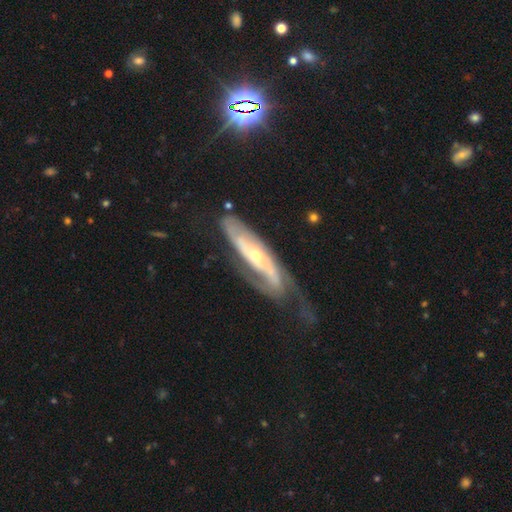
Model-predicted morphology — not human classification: Q: Smooth or featured?
A: featured or disk (82%); runner-up: smooth (12%)
Q: Edge-on disk?
A: no (79%); runner-up: yes (21%)
Q: Bar?
A: no (54%); runner-up: weak (27%)
Q: Spiral arms?
A: yes (89%); runner-up: no (11%)
Q: Spiral winding?
A: tight (47%); runner-up: medium (36%)
Q: Spiral arm count?
A: 2 (52%); runner-up: can't tell (30%)
Q: Bulge size?
A: small (54%); runner-up: moderate (42%)
Q: Merging?
A: none (44%); runner-up: minor disturbance (27%)